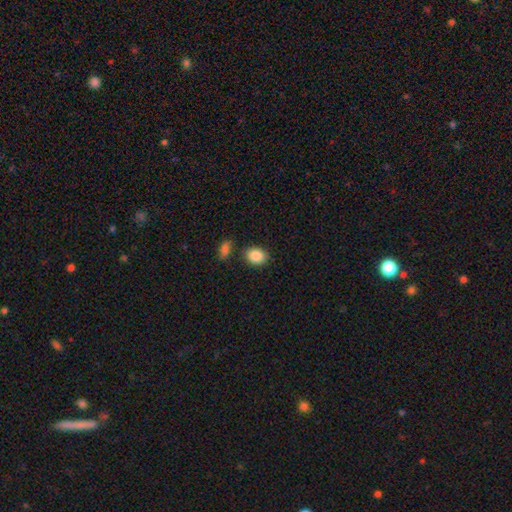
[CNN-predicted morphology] smooth_or_featured: smooth (p=0.87) [alt: star or artifact p=0.08]
how_rounded: in between (p=0.61) [alt: round p=0.38]
merging: none (p=0.76) [alt: minor disturbance p=0.13]